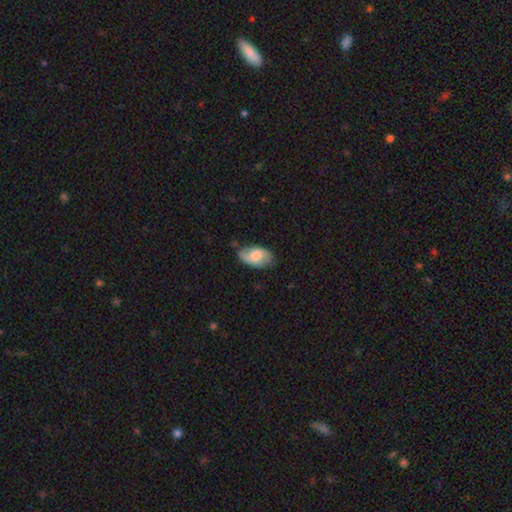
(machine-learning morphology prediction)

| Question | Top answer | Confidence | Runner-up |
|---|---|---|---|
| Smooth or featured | smooth | 59% | featured or disk (35%) |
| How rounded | in between | 93% | round (5%) |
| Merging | none | 62% | minor disturbance (29%) |